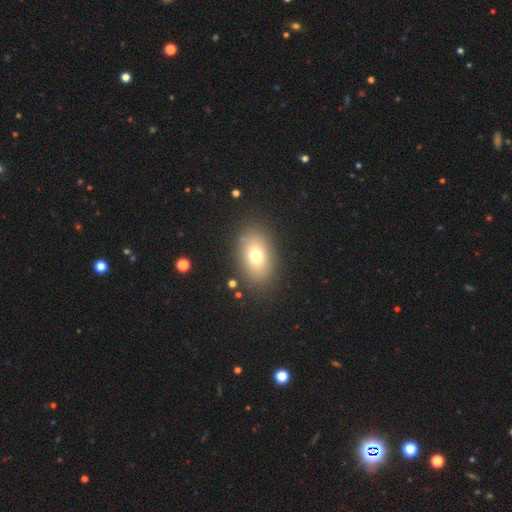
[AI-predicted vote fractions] Smooth or featured?
  - smooth: 73% *
  - featured or disk: 15%
  - star or artifact: 12%
How rounded?
  - in between: 81% *
  - round: 18%
  - cigar-shaped: 1%
Merging?
  - none: 85% *
  - minor disturbance: 9%
  - major disturbance: 4%
  - merger: 2%